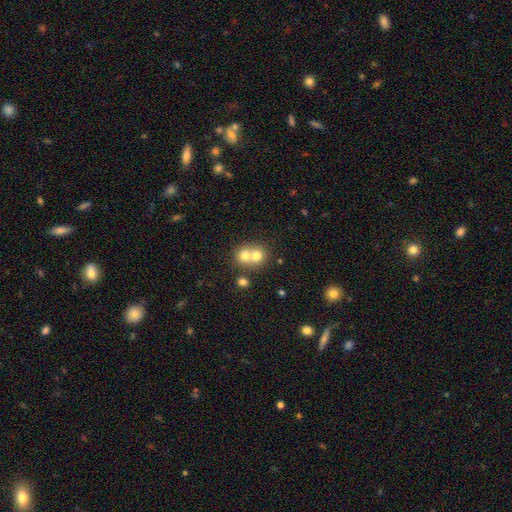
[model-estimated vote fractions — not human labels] smooth-or-featured: smooth: 71% | featured or disk: 17% | star or artifact: 11%
  how-rounded: round: 80% | in between: 19% | cigar-shaped: 1%
  merging: merger: 65% | none: 29% | minor disturbance: 4% | major disturbance: 2%